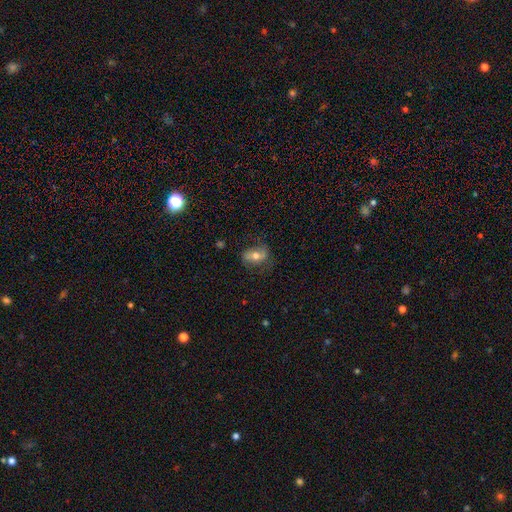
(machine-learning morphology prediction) smooth 48%, featured or disk 43%, star or artifact 9%. Down the decision tree: merging — none (67%).